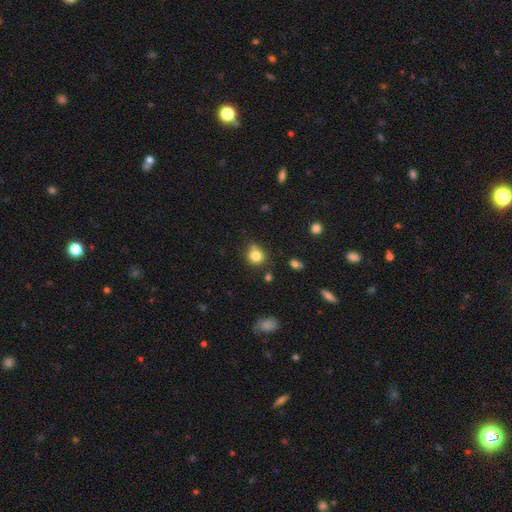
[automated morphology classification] smooth-or-featured: smooth: 81% | star or artifact: 12% | featured or disk: 7%
  how-rounded: round: 80% | in between: 19% | cigar-shaped: 1%
  merging: none: 65% | minor disturbance: 19% | merger: 11% | major disturbance: 5%